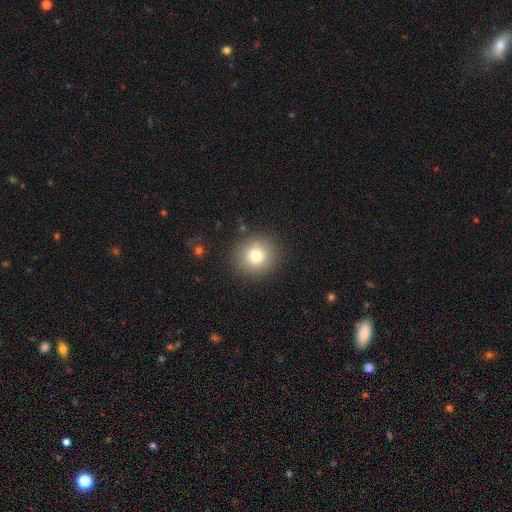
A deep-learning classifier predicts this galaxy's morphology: A smooth galaxy with no disk features (77%) that is round (89%).

Vote fractions:
- Smooth or featured? smooth: 77% / star or artifact: 12% / featured or disk: 10%
- How rounded? round: 89% / in between: 10% / cigar-shaped: 1%
- Merging? none: 88% / minor disturbance: 7% / major disturbance: 3% / merger: 1%